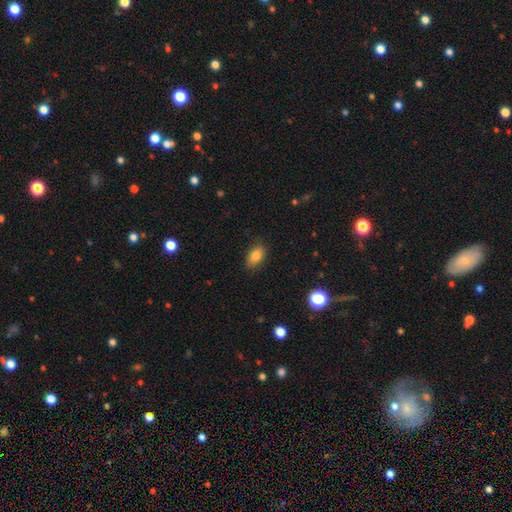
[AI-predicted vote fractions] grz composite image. It shows a smooth galaxy with no disk features (83%) that is in between round and cigar-shaped (88%). Merging: none (84%).